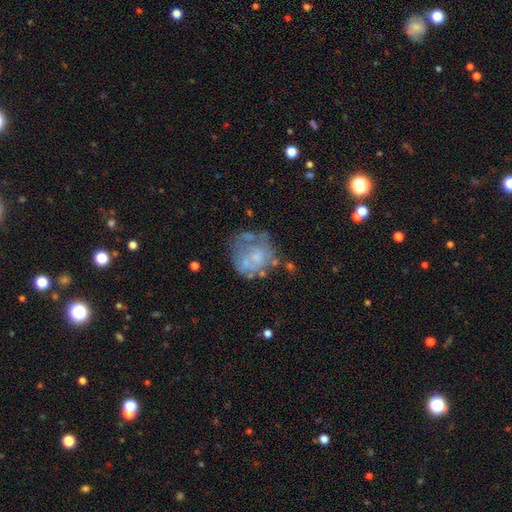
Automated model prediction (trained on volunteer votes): featured or disk 54%, smooth 35%, star or artifact 10%. Down the decision tree: edge-on disk — no (98%); bar — no (88%); spiral arms — no (80%); bulge size — none (44%); merging — none (43%).